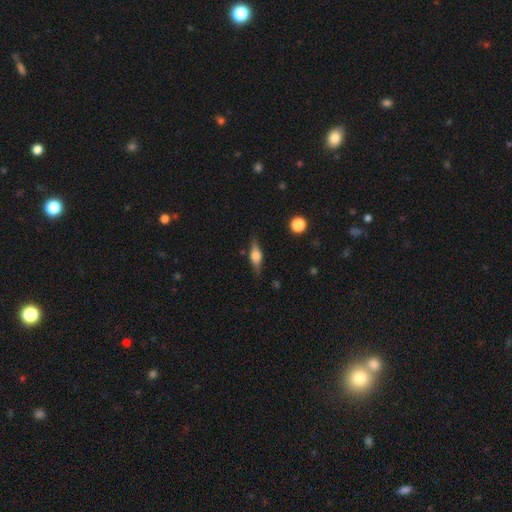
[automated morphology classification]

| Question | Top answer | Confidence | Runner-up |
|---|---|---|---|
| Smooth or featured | featured or disk | 47% | smooth (45%) |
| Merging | none | 81% | minor disturbance (14%) |